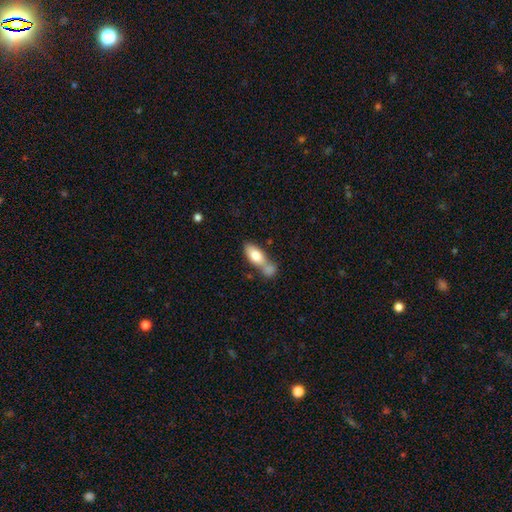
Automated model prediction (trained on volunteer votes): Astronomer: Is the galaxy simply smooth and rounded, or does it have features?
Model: smooth — 74%.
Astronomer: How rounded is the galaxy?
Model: in between — 79%.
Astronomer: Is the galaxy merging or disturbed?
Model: merger — 52% (runner-up: none, 31%).